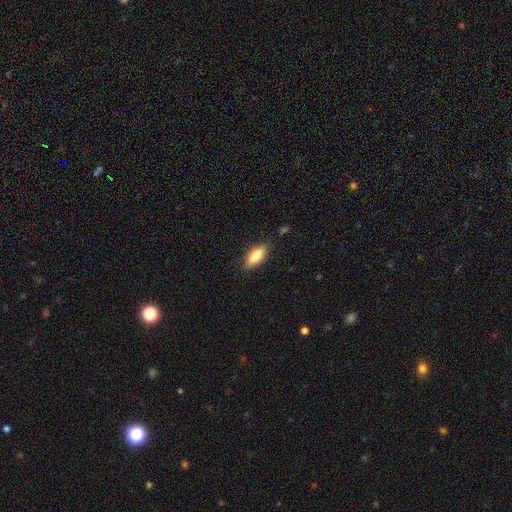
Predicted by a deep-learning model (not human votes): Morphology: type=smooth (80%); roundness=in between (80%); merging=none (86%).